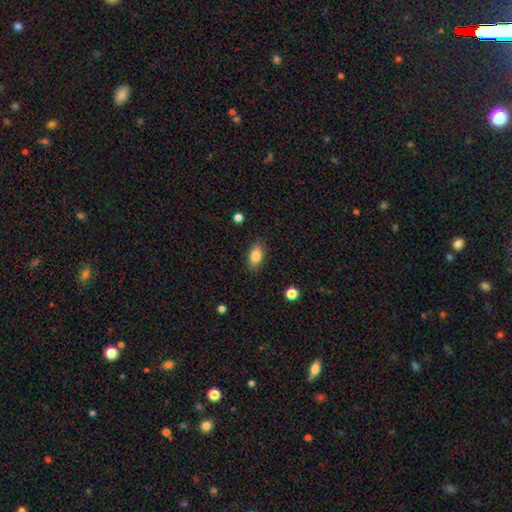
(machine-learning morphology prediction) Overall: smooth (84%). How rounded: in between (88%). Merging: none (86%).